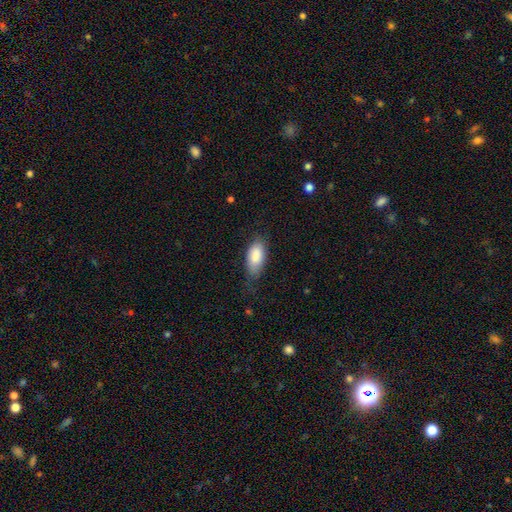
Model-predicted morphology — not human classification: Smooth or featured: smooth — 84% (featured or disk — 10%)
How rounded: in between — 89% (cigar-shaped — 8%)
Merging: none — 58% (minor disturbance — 31%)